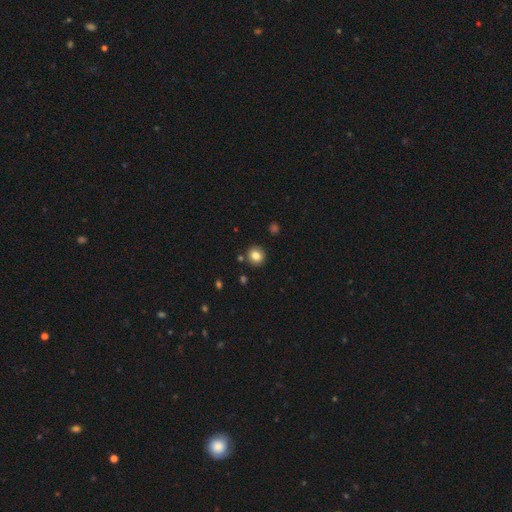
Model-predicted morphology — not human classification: type=smooth (82%); roundness=round (90%); merging=none (88%).